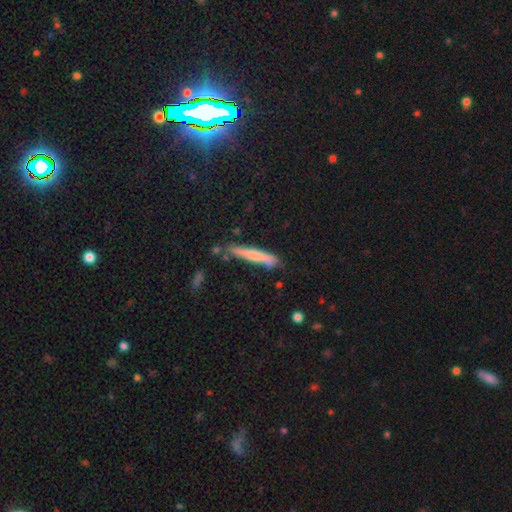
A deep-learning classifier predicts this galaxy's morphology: Smooth or featured? Predicted: smooth (p=0.65). How rounded? Predicted: cigar-shaped (p=0.94). Merging? Predicted: none (p=0.71).